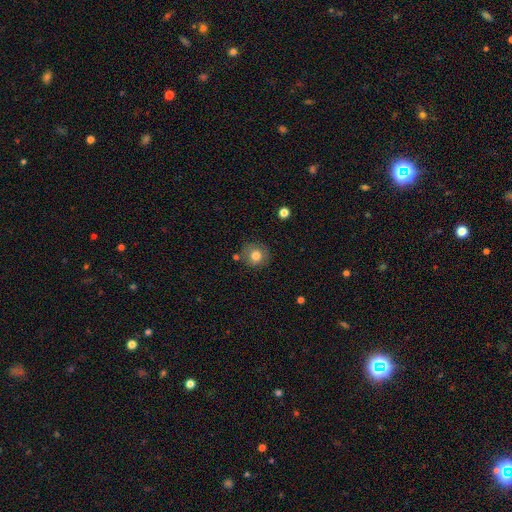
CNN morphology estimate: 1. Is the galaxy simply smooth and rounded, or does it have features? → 78% smooth, 11% featured or disk, 10% star or artifact.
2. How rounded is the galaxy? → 88% round, 11% in between, 1% cigar-shaped.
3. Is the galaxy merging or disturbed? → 79% none, 13% minor disturbance, 4% merger, 3% major disturbance.